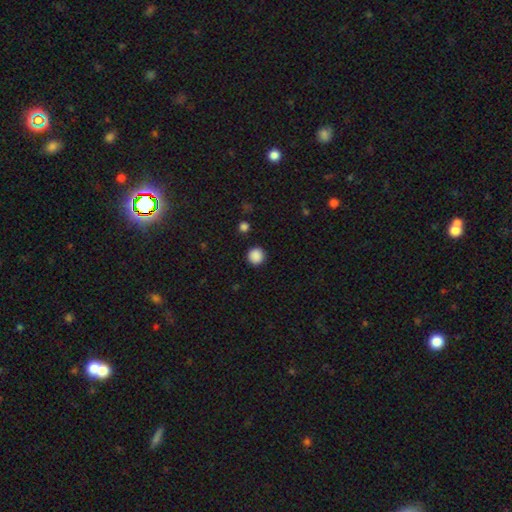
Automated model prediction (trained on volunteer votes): A smooth galaxy with no disk features (88%) that is round (95%). Merging: none (91%).